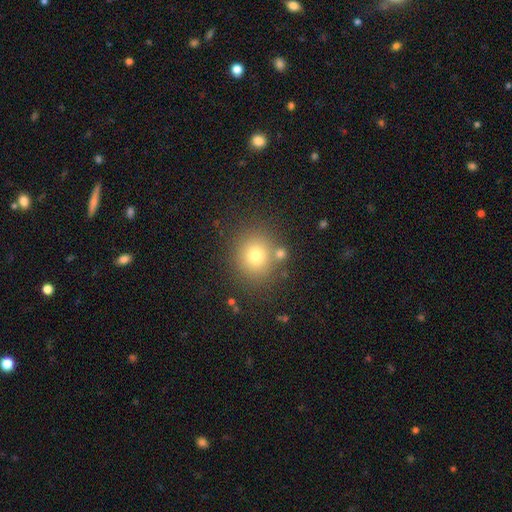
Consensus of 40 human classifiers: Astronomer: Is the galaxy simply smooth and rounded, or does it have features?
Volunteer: smooth — 82%.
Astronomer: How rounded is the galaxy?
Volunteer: round — 67%.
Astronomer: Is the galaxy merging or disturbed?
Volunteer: none — 76%.